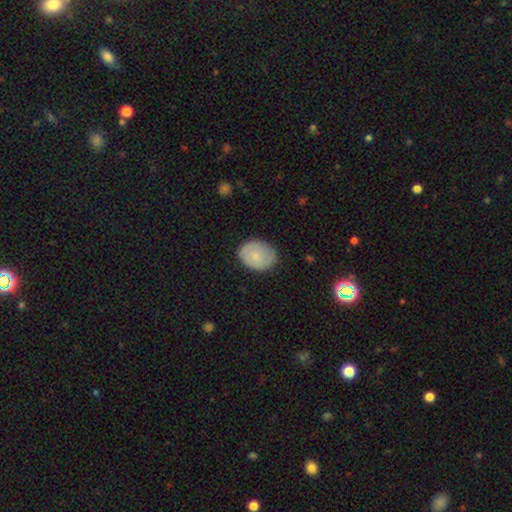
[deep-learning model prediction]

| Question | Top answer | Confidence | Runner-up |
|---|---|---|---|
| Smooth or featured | smooth | 70% | featured or disk (23%) |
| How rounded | in between | 64% | round (35%) |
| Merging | none | 78% | minor disturbance (17%) |